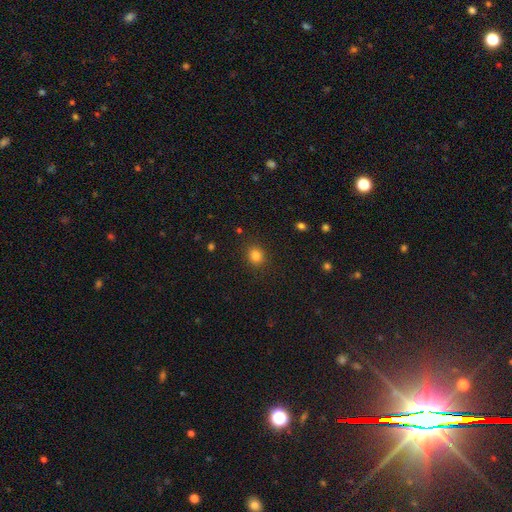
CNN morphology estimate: Q: Smooth or featured?
A: smooth (82%); runner-up: star or artifact (13%)
Q: How rounded?
A: round (79%); runner-up: in between (20%)
Q: Merging?
A: none (89%); runner-up: minor disturbance (7%)